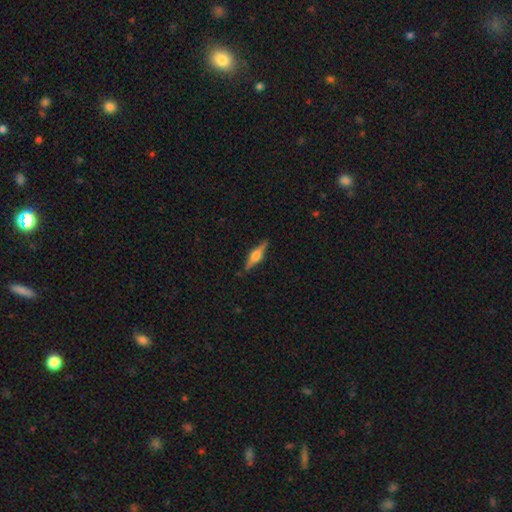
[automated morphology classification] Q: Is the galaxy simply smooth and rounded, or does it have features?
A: featured or disk — 75%.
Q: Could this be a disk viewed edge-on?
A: yes — 98%.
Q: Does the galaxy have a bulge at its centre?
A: rounded — 88%.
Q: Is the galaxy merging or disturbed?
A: none — 88%.